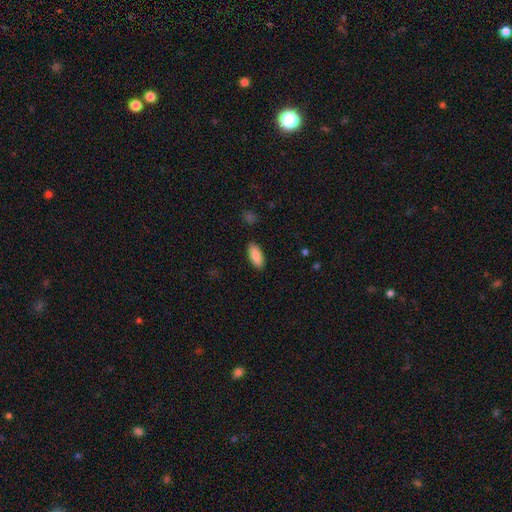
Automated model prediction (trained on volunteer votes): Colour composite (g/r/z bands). It shows a smooth galaxy with no disk features (89%) that is in between round and cigar-shaped (86%). Merging: none (88%).